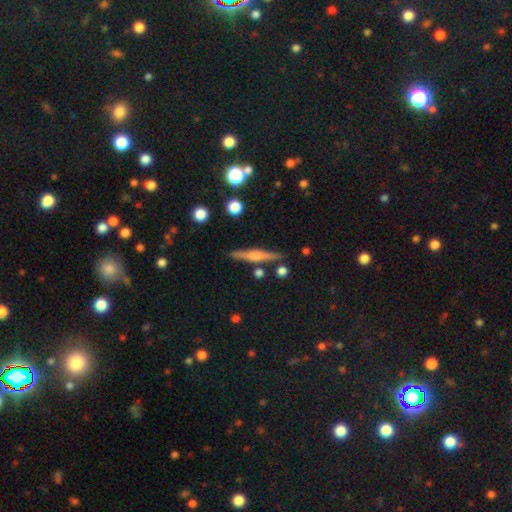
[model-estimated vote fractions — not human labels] featured or disk 59%, smooth 34%, star or artifact 7%. Down the decision tree: edge-on disk — yes (97%); edge-on bulge — rounded (64%); merging — none (85%).